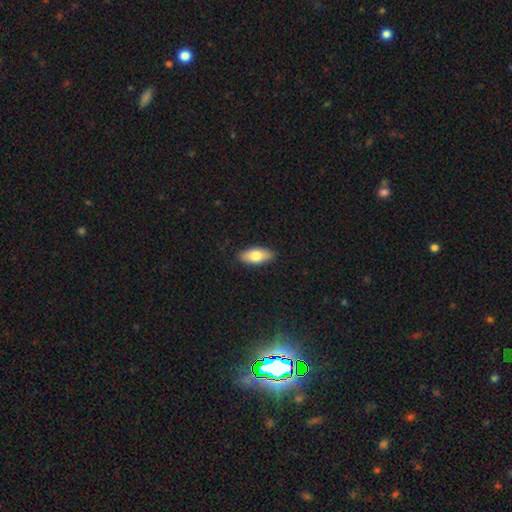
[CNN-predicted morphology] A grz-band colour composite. It shows a smooth galaxy with no disk features (77%) that is in between round and cigar-shaped (86%). Merging: none (89%).